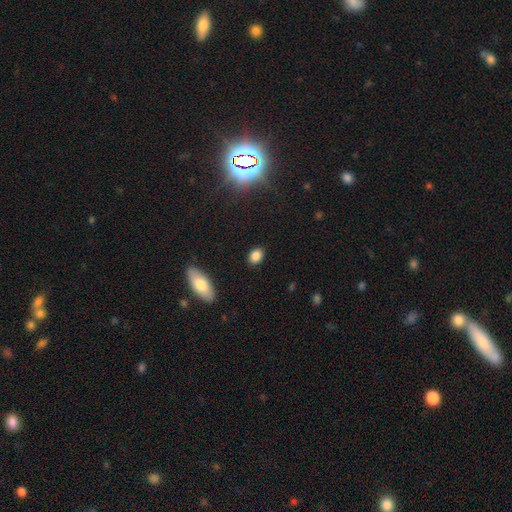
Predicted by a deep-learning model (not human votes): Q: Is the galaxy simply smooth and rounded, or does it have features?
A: smooth — 85%.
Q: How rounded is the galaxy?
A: in between — 66%.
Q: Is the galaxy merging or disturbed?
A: none — 86%.